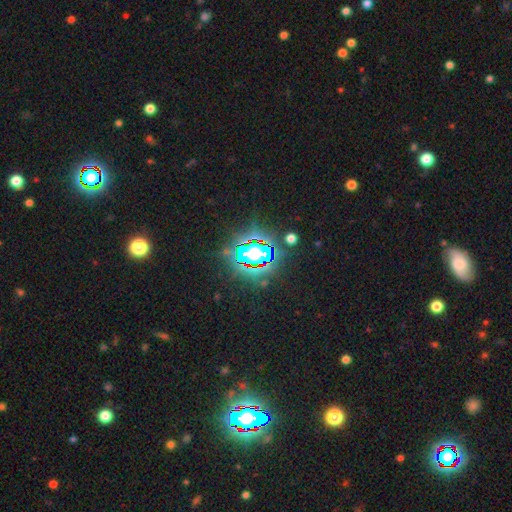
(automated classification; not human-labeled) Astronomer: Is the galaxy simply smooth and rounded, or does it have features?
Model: star or artifact — 74%.